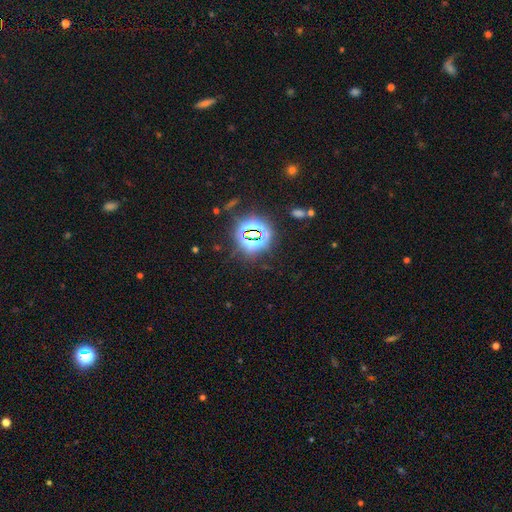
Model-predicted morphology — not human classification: Smooth or featured: star or artifact — 81% (smooth — 12%)